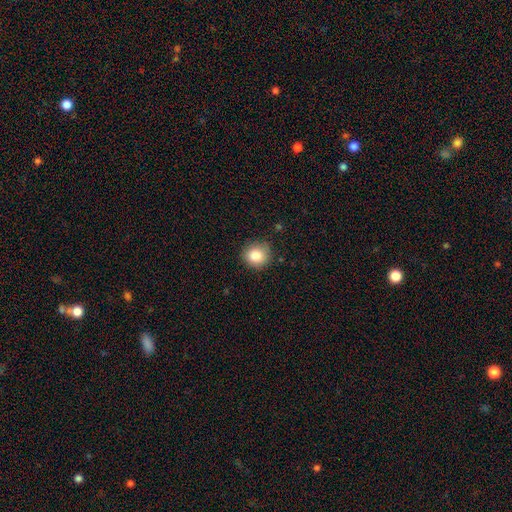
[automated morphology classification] smooth-or-featured: smooth: 85% | star or artifact: 9% | featured or disk: 5%
  how-rounded: round: 89% | in between: 10% | cigar-shaped: 1%
  merging: none: 82% | minor disturbance: 14% | major disturbance: 3% | merger: 1%